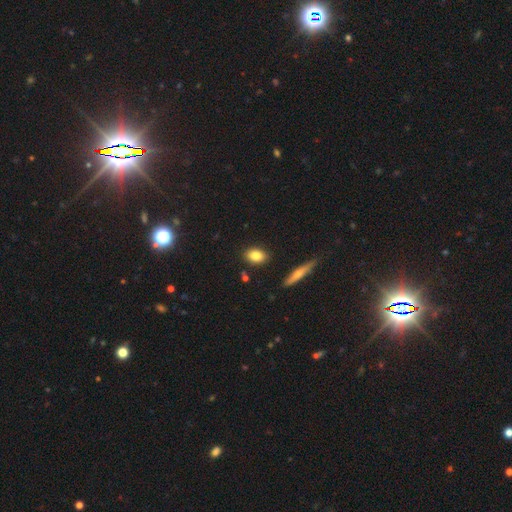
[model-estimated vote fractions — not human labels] The model was most divided on "how rounded": in between: 78%, round: 18%, cigar-shaped: 4%. More confident: merging — none (86%); smooth or featured — smooth (83%).